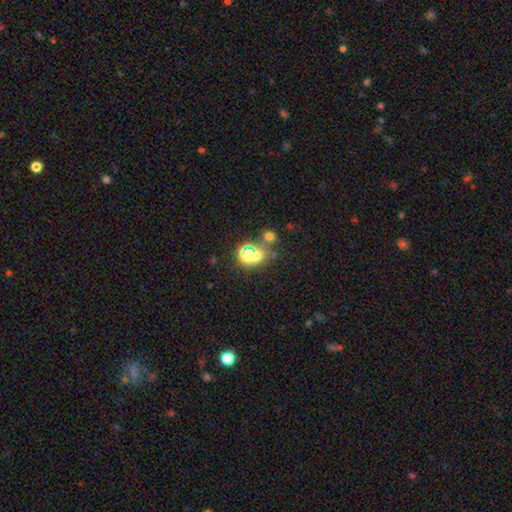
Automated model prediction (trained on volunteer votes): Smooth or featured? star or artifact (48%)